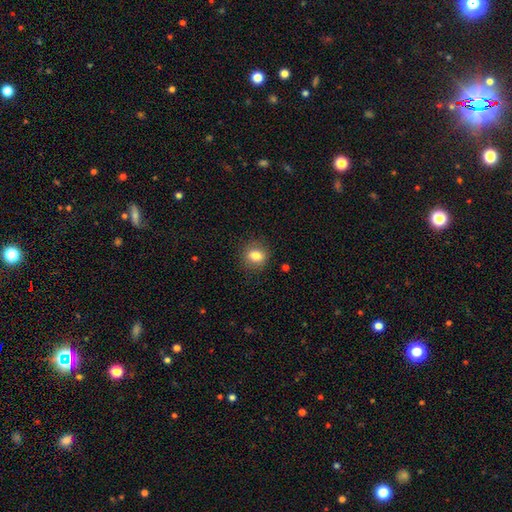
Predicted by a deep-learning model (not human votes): Overall: smooth (81%). How rounded: round (68%; in between 31%). Merging: none (86%).